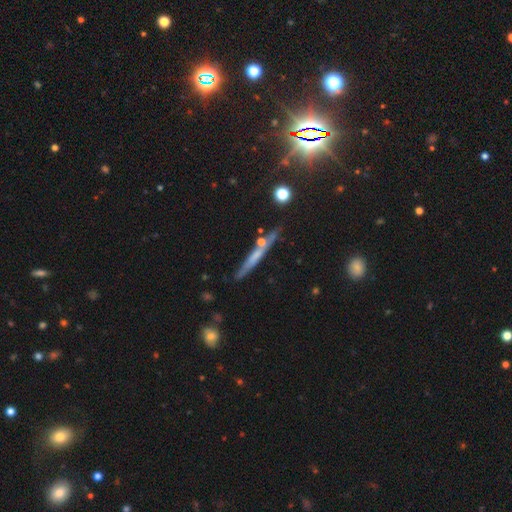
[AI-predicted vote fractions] Smooth or featured: featured or disk — 49% (smooth — 42%)
Merging: none — 79% (minor disturbance — 12%)